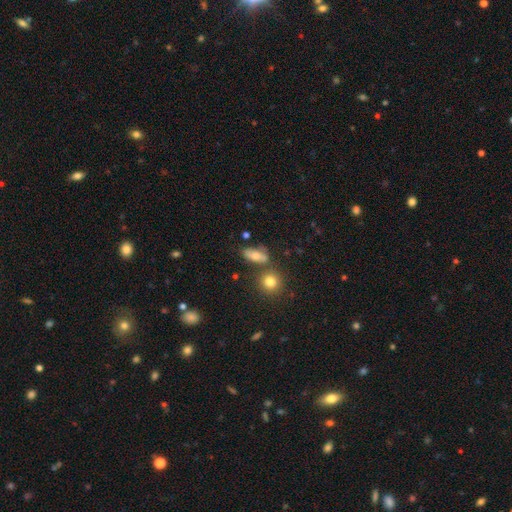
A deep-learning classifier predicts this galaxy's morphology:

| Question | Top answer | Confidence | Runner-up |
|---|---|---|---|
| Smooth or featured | smooth | 71% | featured or disk (18%) |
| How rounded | in between | 74% | cigar-shaped (15%) |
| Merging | none | 60% | minor disturbance (18%) |